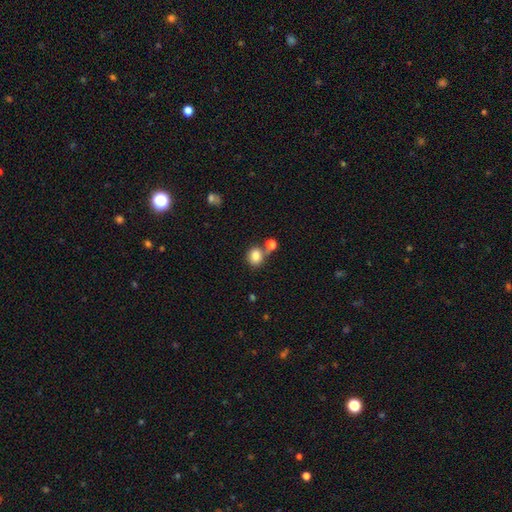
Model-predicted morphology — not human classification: smooth_or_featured: smooth (p=0.84) [alt: star or artifact p=0.10]
how_rounded: round (p=0.70) [alt: in between p=0.29]
merging: none (p=0.57) [alt: merger p=0.27]